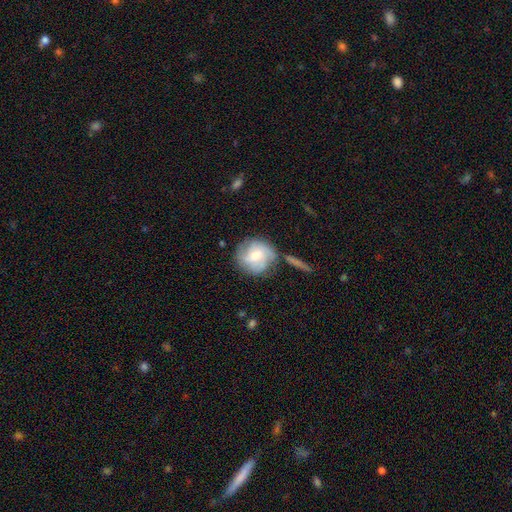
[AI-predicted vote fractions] The model was most divided on "smooth or featured": featured or disk: 55%, smooth: 38%, star or artifact: 7%. More confident: edge-on disk — no (97%); spiral arms — yes (84%); merging — none (66%); bulge size — moderate (62%); bar — no (57%).